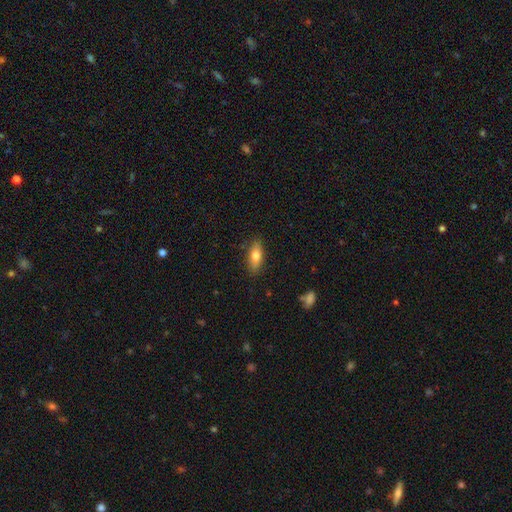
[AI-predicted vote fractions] Q: Smooth or featured?
A: smooth (70%); runner-up: featured or disk (23%)
Q: How rounded?
A: in between (65%); runner-up: cigar-shaped (32%)
Q: Merging?
A: none (85%); runner-up: minor disturbance (12%)